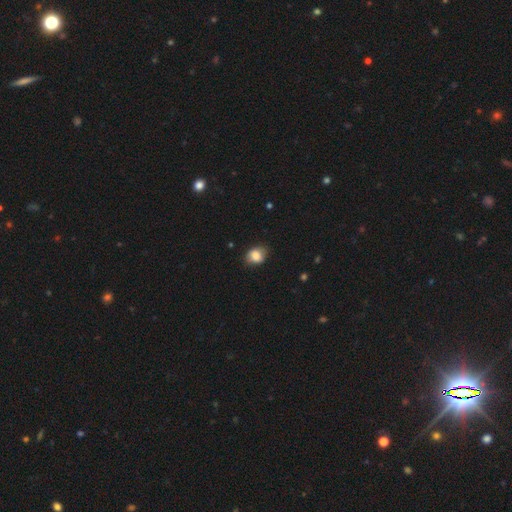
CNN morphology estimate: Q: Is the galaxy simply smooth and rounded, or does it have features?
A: smooth — 80%.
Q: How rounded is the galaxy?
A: in between — 53%.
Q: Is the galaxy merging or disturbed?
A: none — 72%.